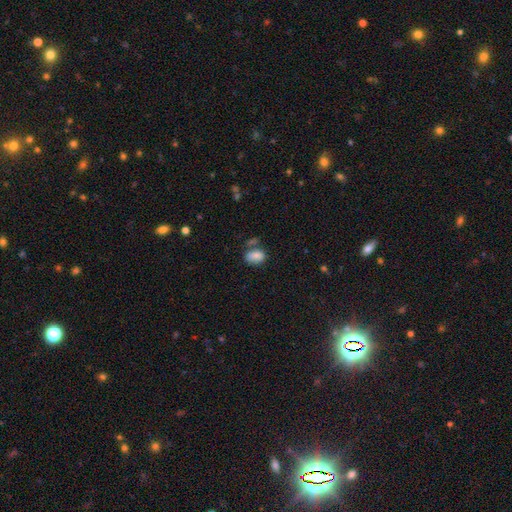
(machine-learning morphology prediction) Overall: smooth (84%). How rounded: in between (85%). Merging: none (55%; minor disturbance 20%).